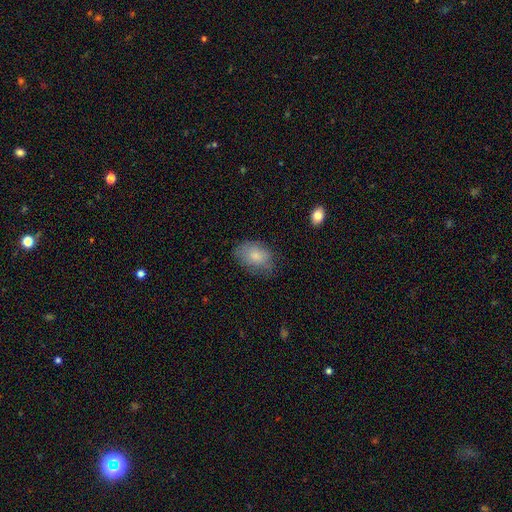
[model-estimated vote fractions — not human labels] Smooth or featured?
  - smooth: 80% *
  - featured or disk: 13%
  - star or artifact: 7%
How rounded?
  - in between: 84% *
  - round: 15%
  - cigar-shaped: 1%
Merging?
  - none: 66% *
  - minor disturbance: 25%
  - major disturbance: 8%
  - merger: 1%